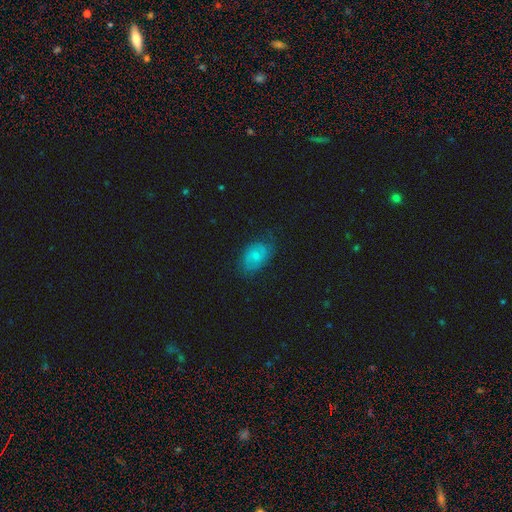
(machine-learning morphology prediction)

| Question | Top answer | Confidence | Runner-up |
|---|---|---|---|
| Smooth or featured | smooth | 50% | featured or disk (41%) |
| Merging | none | 66% | minor disturbance (24%) |